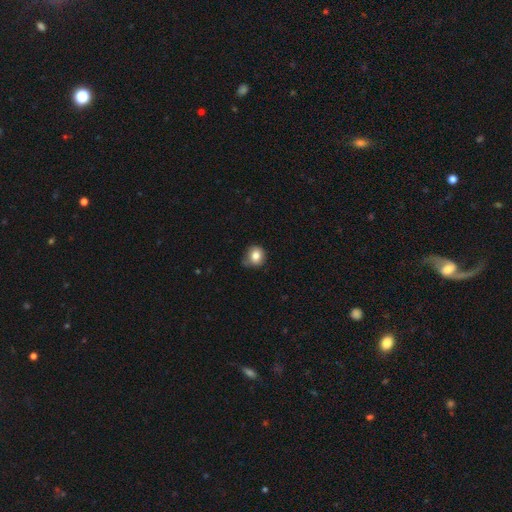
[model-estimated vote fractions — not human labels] smooth-or-featured: smooth: 81% | star or artifact: 10% | featured or disk: 9%
  how-rounded: round: 82% | in between: 17% | cigar-shaped: 1%
  merging: none: 63% | minor disturbance: 29% | major disturbance: 6% | merger: 2%